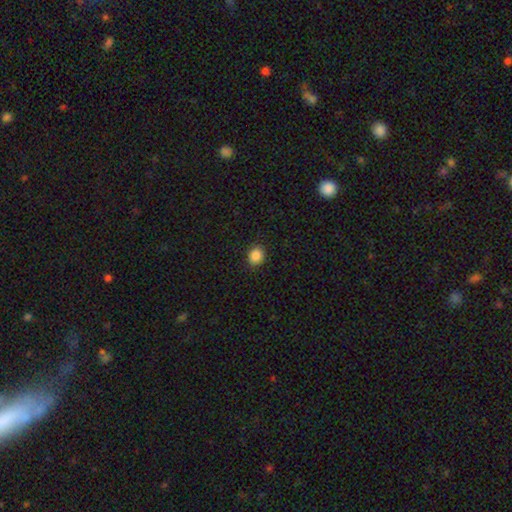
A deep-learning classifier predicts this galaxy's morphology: Smooth or featured? Predicted: smooth (p=0.87). How rounded? Predicted: round (p=0.70). Merging? Predicted: none (p=0.91).